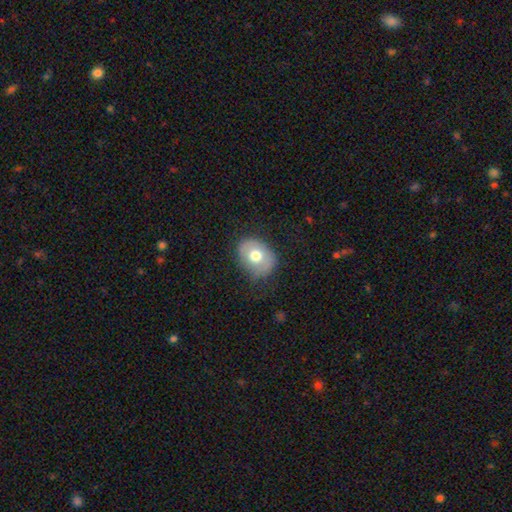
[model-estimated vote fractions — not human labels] This appears to be a smooth galaxy with no disk features (66%) that is in between round and cigar-shaped (57%). Merging: none (67%).